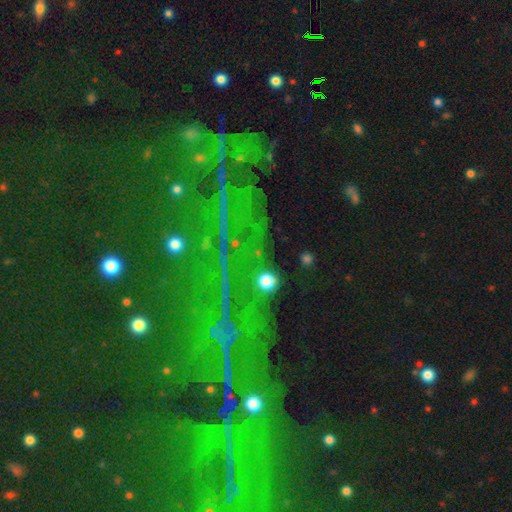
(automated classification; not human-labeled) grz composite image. It shows a star or artifact, not a galaxy (82%).